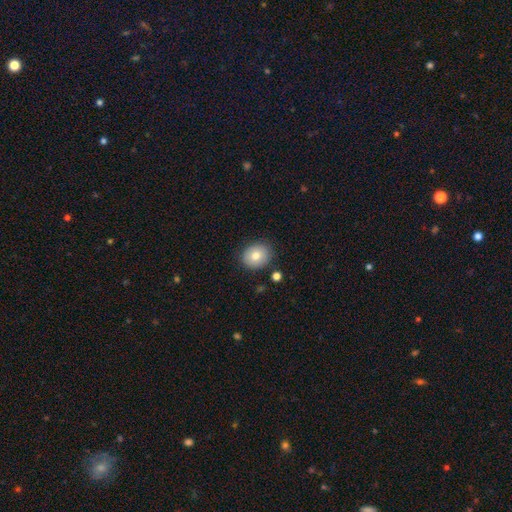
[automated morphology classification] Smooth or featured? Predicted: smooth (p=0.77). How rounded? Predicted: round (p=0.67). Merging? Predicted: none (p=0.84).